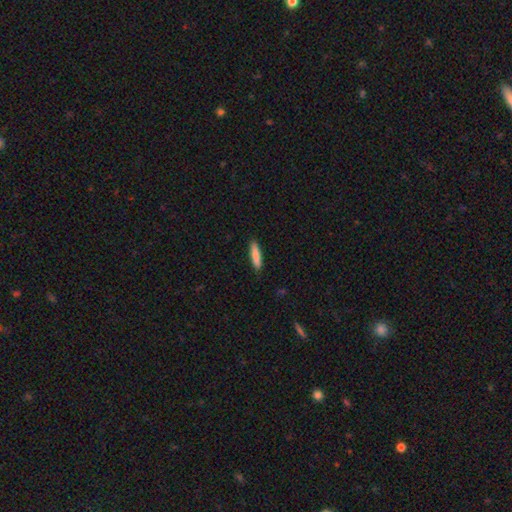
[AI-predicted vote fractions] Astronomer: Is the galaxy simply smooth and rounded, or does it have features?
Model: smooth — 85%.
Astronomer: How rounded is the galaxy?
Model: cigar-shaped — 86%.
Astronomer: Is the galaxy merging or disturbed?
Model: none — 90%.